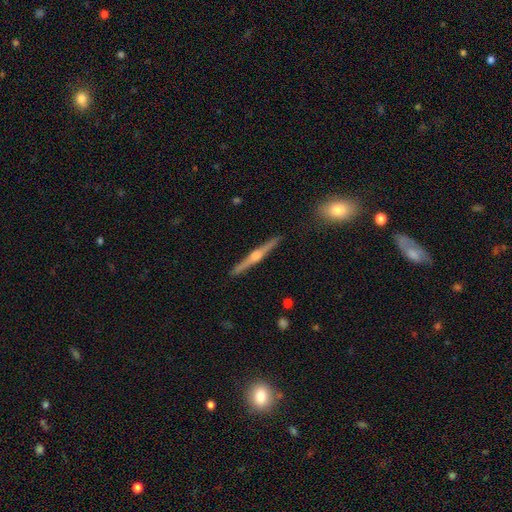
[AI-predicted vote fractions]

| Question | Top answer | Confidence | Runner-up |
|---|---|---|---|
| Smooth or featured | featured or disk | 80% | smooth (15%) |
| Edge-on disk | yes | 98% | no (2%) |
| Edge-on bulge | rounded | 88% | boxy (8%) |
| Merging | none | 91% | minor disturbance (6%) |